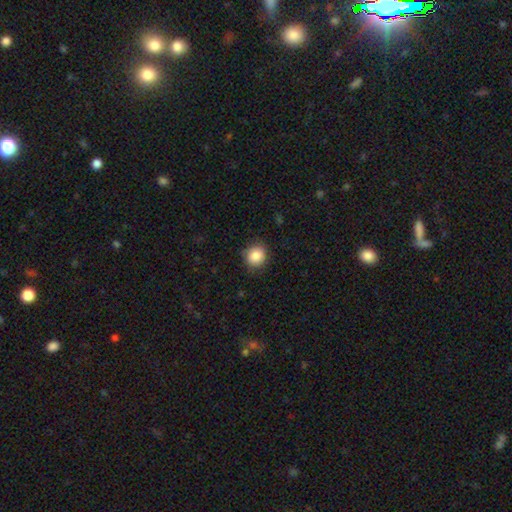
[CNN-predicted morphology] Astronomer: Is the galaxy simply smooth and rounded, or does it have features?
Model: smooth — 86%.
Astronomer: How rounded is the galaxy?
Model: round — 88%.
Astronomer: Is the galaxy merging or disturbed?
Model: none — 84%.